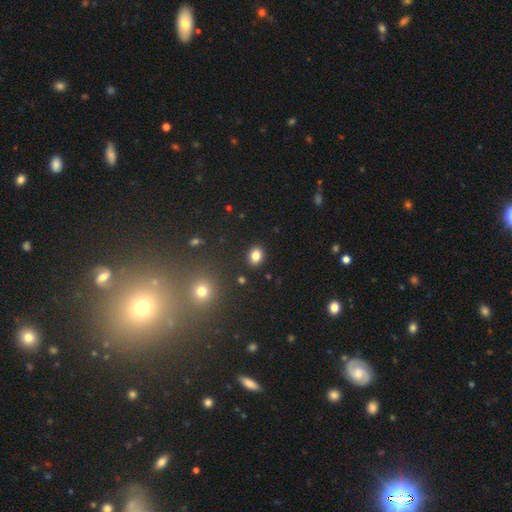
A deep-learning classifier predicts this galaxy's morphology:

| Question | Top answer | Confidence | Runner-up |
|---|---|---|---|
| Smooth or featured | smooth | 82% | star or artifact (11%) |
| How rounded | in between | 50% | round (49%) |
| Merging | none | 89% | minor disturbance (7%) |